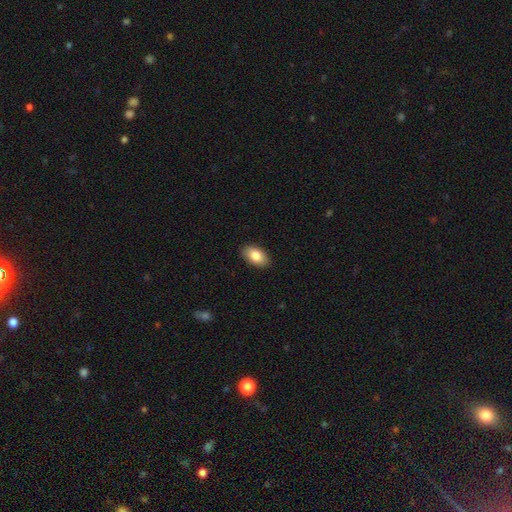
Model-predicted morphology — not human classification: This is clearly a smooth galaxy (85%). How rounded: clearly in between (93%). Merging: clearly none (89%).